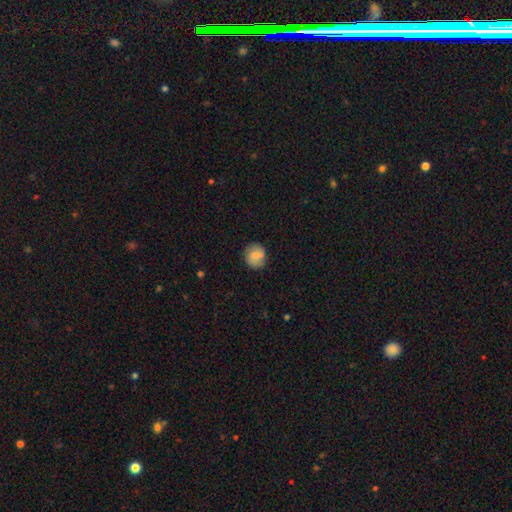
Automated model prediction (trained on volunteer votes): Smooth or featured: smooth — 79% (featured or disk — 13%)
How rounded: round — 81% (in between — 18%)
Merging: none — 81% (minor disturbance — 14%)